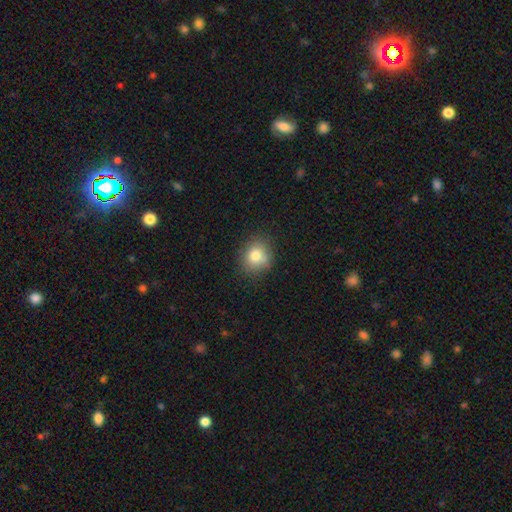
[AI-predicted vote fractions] smooth-or-featured: smooth: 80% | star or artifact: 11% | featured or disk: 9%
  how-rounded: round: 73% | in between: 26% | cigar-shaped: 1%
  merging: none: 81% | minor disturbance: 14% | major disturbance: 4% | merger: 1%